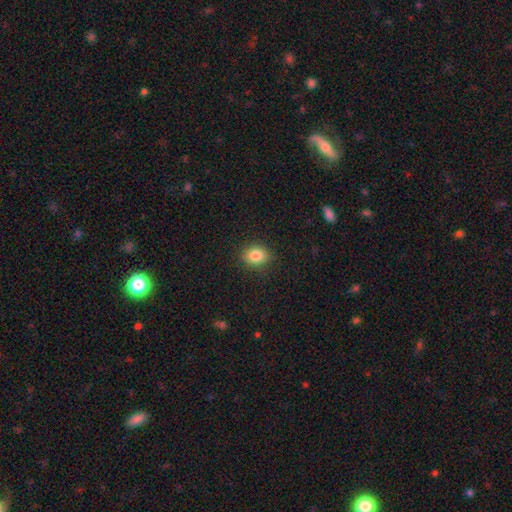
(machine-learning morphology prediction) A smooth galaxy with no disk features (84%) that is round (51%).

Vote fractions:
- Smooth or featured? smooth: 84% / star or artifact: 10% / featured or disk: 6%
- How rounded? round: 51% / in between: 48% / cigar-shaped: 1%
- Merging? none: 88% / minor disturbance: 8% / major disturbance: 2% / merger: 1%